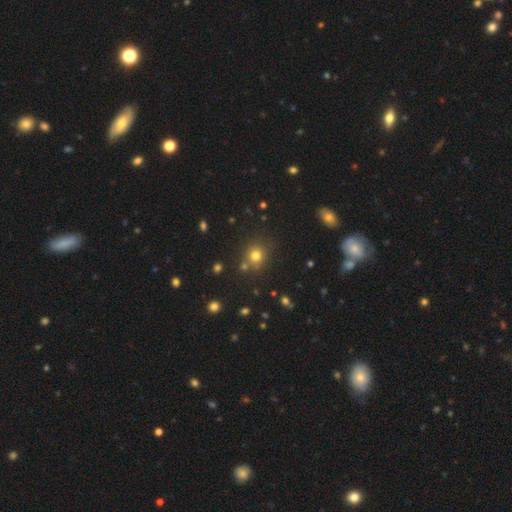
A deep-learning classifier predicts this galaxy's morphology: A smooth galaxy with no disk features (75%) that is round (85%). Merging: none (76%).